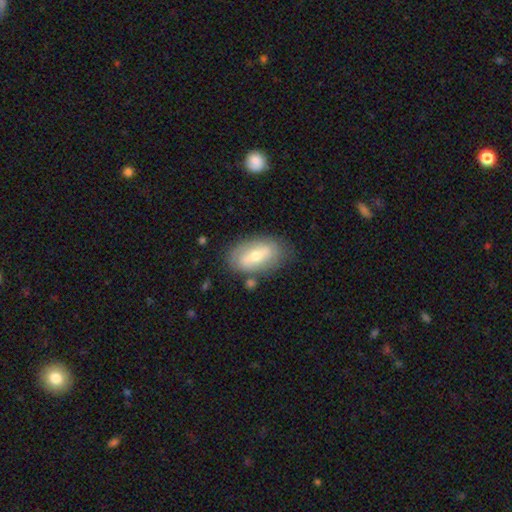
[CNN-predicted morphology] This is possibly a featured or disk galaxy (48%). Merging: likely none (74%).